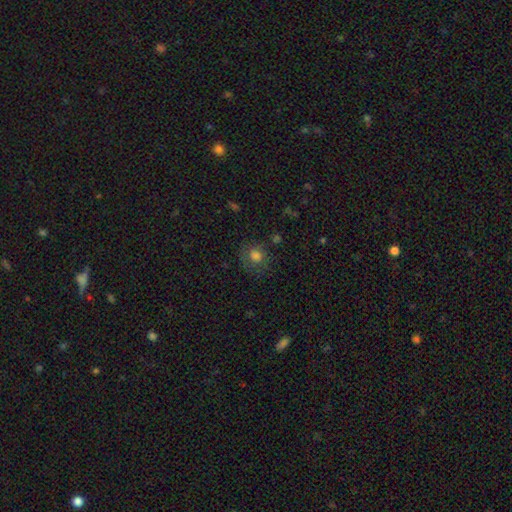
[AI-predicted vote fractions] Q: Smooth or featured?
A: smooth (76%); runner-up: star or artifact (14%)
Q: How rounded?
A: round (82%); runner-up: in between (17%)
Q: Merging?
A: none (70%); runner-up: minor disturbance (18%)